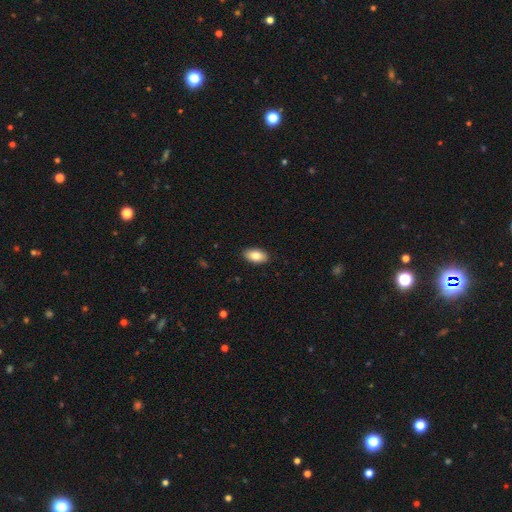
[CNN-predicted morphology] Overall: smooth (82%). How rounded: in between (94%). Merging: none (89%).